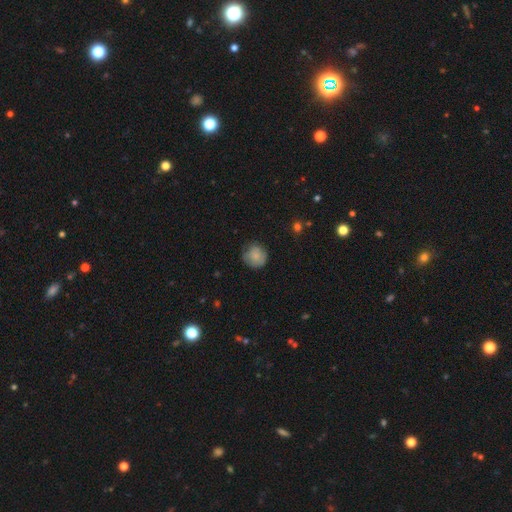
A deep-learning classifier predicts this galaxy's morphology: This appears to be a smooth galaxy with no disk features (77%) that is round (87%). Merging: none (71%).